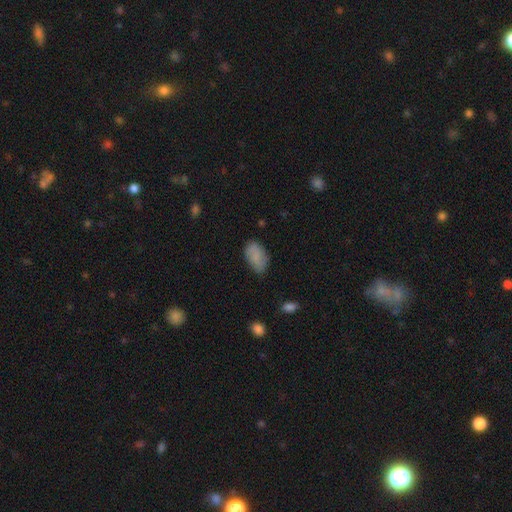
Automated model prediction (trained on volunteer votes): smooth_or_featured: smooth (p=0.83) [alt: featured or disk p=0.10]
how_rounded: in between (p=0.93) [alt: round p=0.04]
merging: none (p=0.73) [alt: minor disturbance p=0.21]